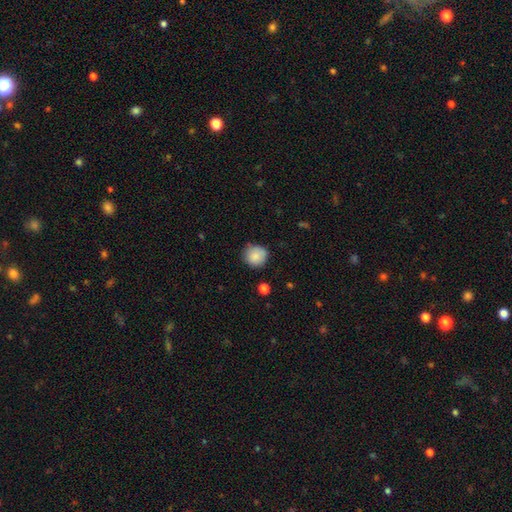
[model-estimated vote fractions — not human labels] smooth_or_featured: smooth (p=0.86) [alt: star or artifact p=0.08]
how_rounded: round (p=0.89) [alt: in between p=0.10]
merging: none (p=0.75) [alt: minor disturbance p=0.19]